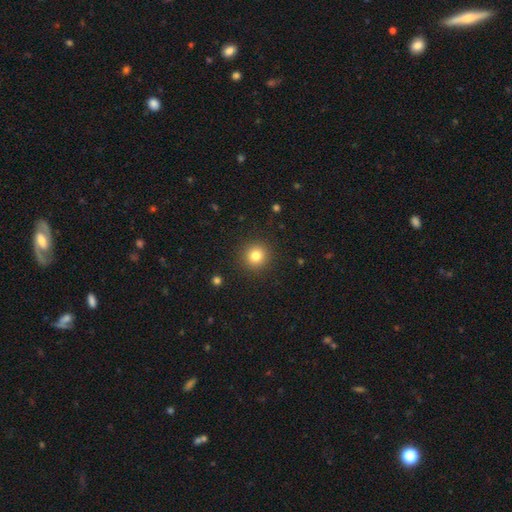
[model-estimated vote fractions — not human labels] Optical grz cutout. It shows a smooth galaxy with no disk features (81%) that is round (94%). Merging: none (92%).